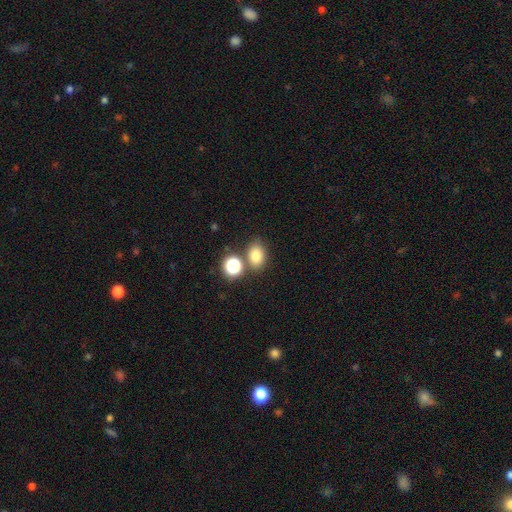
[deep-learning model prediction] A smooth galaxy with no disk features (79%) that is in between round and cigar-shaped (68%).

Vote fractions:
- Smooth or featured? smooth: 79% / star or artifact: 14% / featured or disk: 7%
- How rounded? in between: 68% / round: 31% / cigar-shaped: 1%
- Merging? none: 71% / merger: 14% / minor disturbance: 11% / major disturbance: 4%